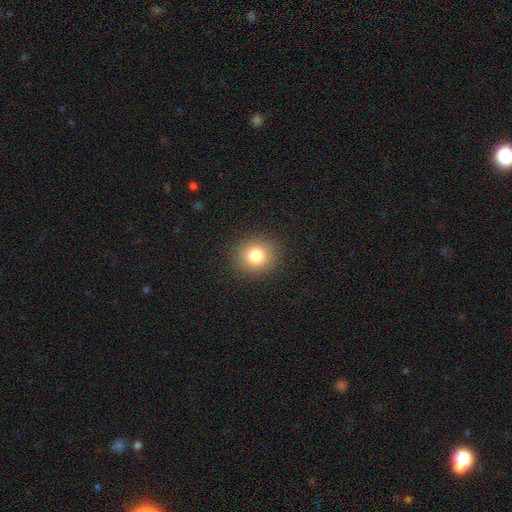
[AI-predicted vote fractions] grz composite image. It shows a smooth galaxy with no disk features (81%) that is round (83%). Merging: none (90%).